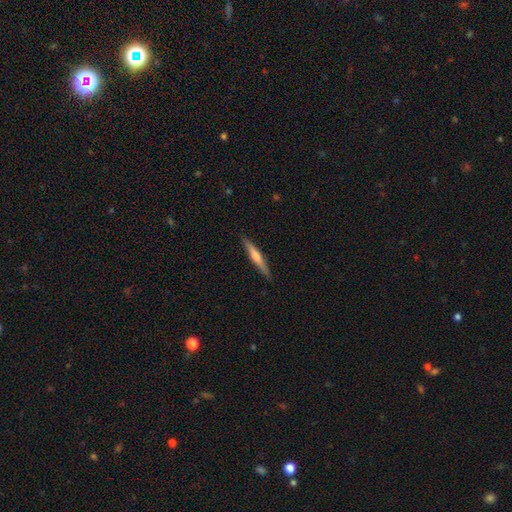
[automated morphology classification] Smooth or featured? featured or disk (57%)
Edge-on disk? yes (97%)
Edge-on bulge? rounded (72%)
Merging? none (90%)